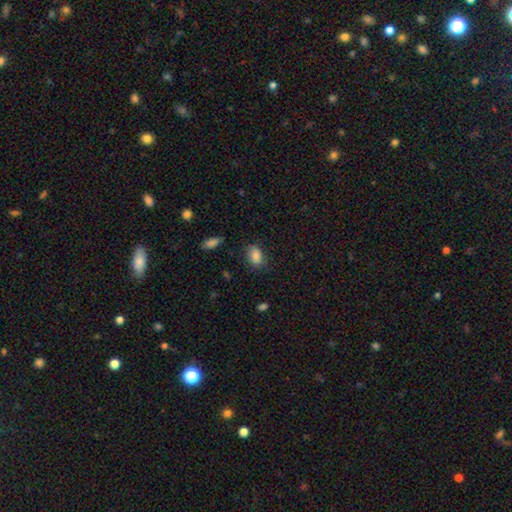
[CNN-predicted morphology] Smooth or featured?
  - smooth: 85% *
  - star or artifact: 9%
  - featured or disk: 6%
How rounded?
  - in between: 87% *
  - round: 11%
  - cigar-shaped: 2%
Merging?
  - none: 77% *
  - minor disturbance: 17%
  - major disturbance: 4%
  - merger: 2%